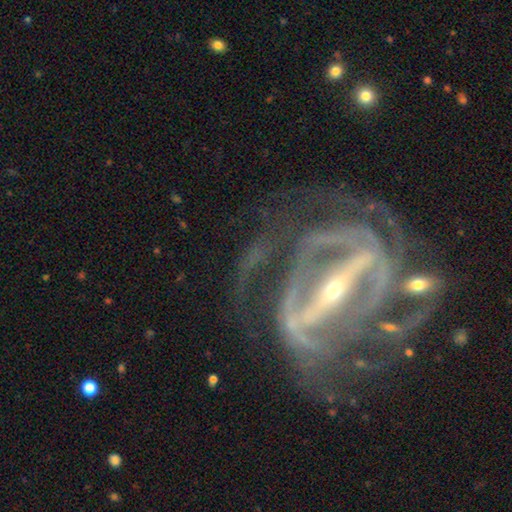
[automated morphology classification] smooth_or_featured: featured or disk (p=0.91) [alt: star or artifact p=0.05]
disk_edge_on: no (p=0.90) [alt: yes p=0.10]
bar: strong (p=0.88) [alt: weak p=0.08]
has_spiral_arms: yes (p=0.90) [alt: no p=0.10]
spiral_winding: tight (p=0.49) [alt: medium p=0.38]
spiral_arm_count: 2 (p=0.45) [alt: can't tell p=0.20]
bulge_size: small (p=0.80) [alt: moderate p=0.16]
merging: none (p=0.49) [alt: major disturbance p=0.27]